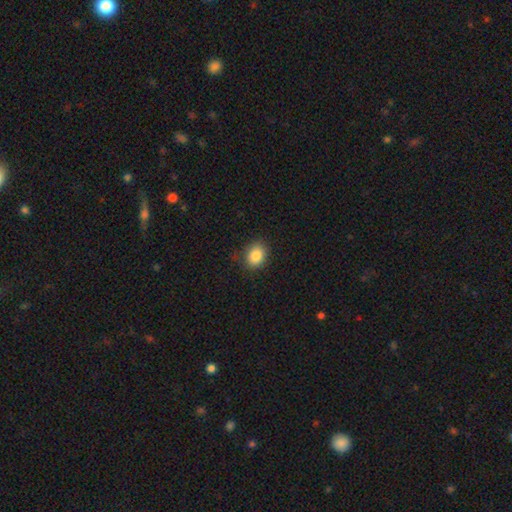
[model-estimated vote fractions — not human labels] smooth-or-featured: smooth: 86% | star or artifact: 9% | featured or disk: 5%
  how-rounded: in between: 55% | round: 44% | cigar-shaped: 1%
  merging: none: 84% | minor disturbance: 12% | major disturbance: 3% | merger: 1%